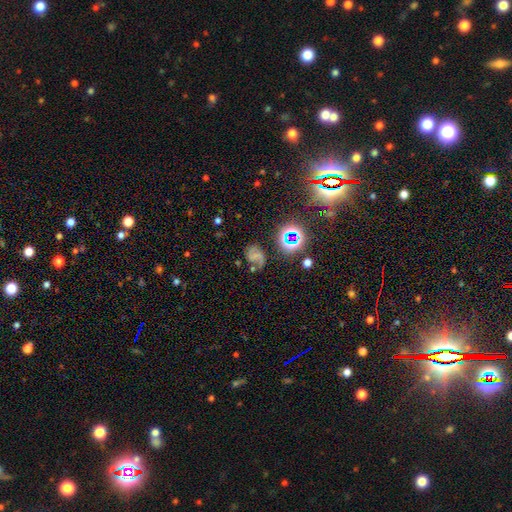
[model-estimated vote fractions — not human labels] A featured or disk galaxy (51%). Merging: none (51%).